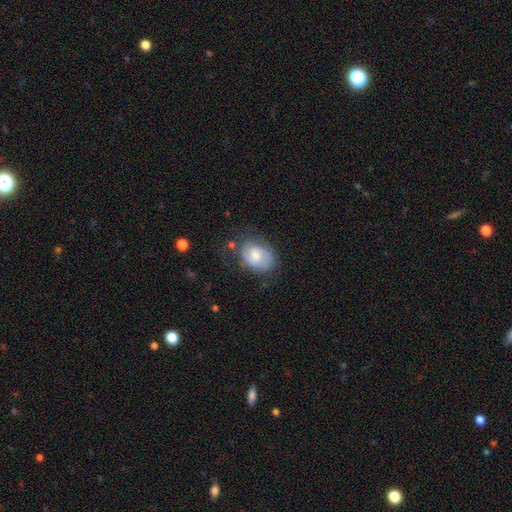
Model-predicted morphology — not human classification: smooth 50%, featured or disk 42%, star or artifact 8%. Down the decision tree: how rounded — in between (69%); merging — none (55%).